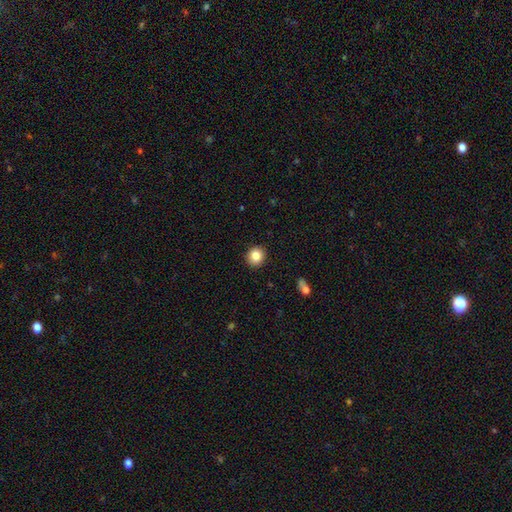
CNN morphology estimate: Smooth or featured?
  - smooth: 84% *
  - star or artifact: 10%
  - featured or disk: 6%
How rounded?
  - round: 86% *
  - in between: 13%
  - cigar-shaped: 1%
Merging?
  - none: 92% *
  - minor disturbance: 6%
  - major disturbance: 2%
  - merger: 1%